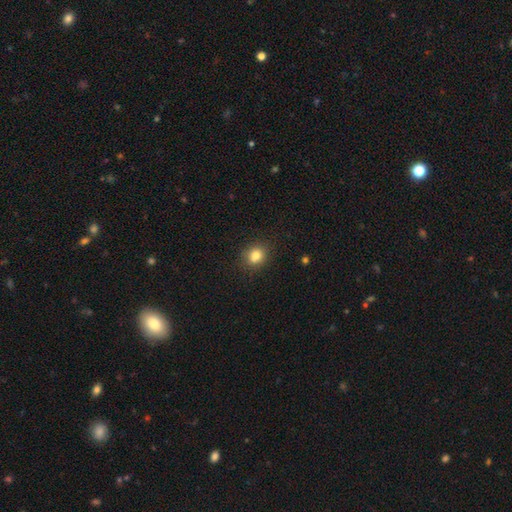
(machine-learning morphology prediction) A smooth galaxy with no disk features (81%) that is round (70%).

Vote fractions:
- Smooth or featured? smooth: 81% / star or artifact: 12% / featured or disk: 7%
- How rounded? round: 70% / in between: 29% / cigar-shaped: 1%
- Merging? none: 82% / minor disturbance: 12% / major disturbance: 3% / merger: 3%